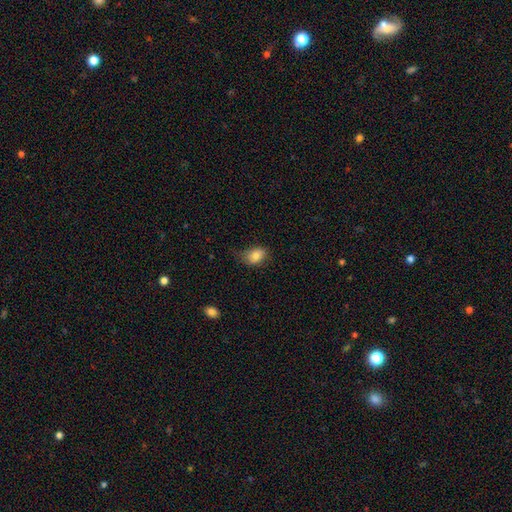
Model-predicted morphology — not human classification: A smooth galaxy with no disk features (82%) that is in between round and cigar-shaped (80%). Merging: none (58%).